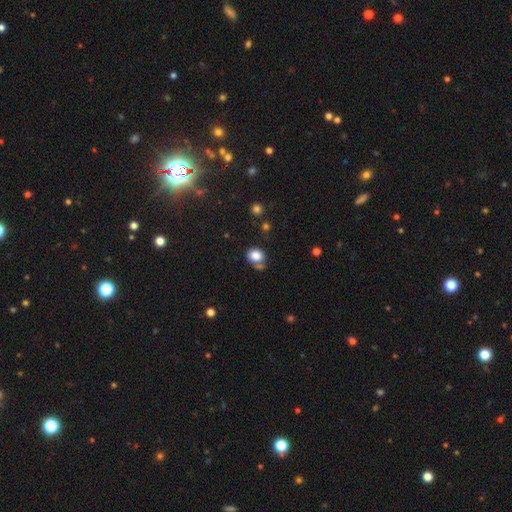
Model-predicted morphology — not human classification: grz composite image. It shows a smooth galaxy with no disk features (83%) that is round (55%). Merging: none (58%).